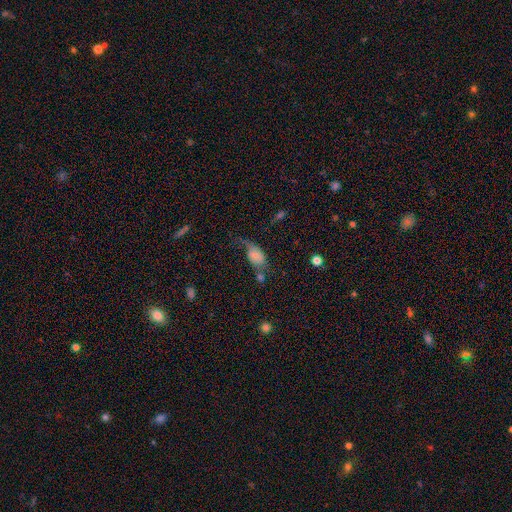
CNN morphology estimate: Smooth or featured: smooth — 69% (featured or disk — 21%)
How rounded: in between — 88% (round — 9%)
Merging: major disturbance — 37% (minor disturbance — 27%)